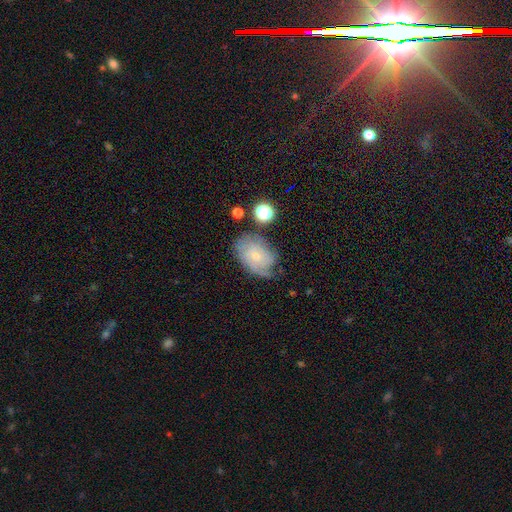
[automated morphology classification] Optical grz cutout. It shows a featured or disk galaxy (55%) with no bar (80%), spiral arms (78%) and a small central bulge (73%). Merging: none (52%).